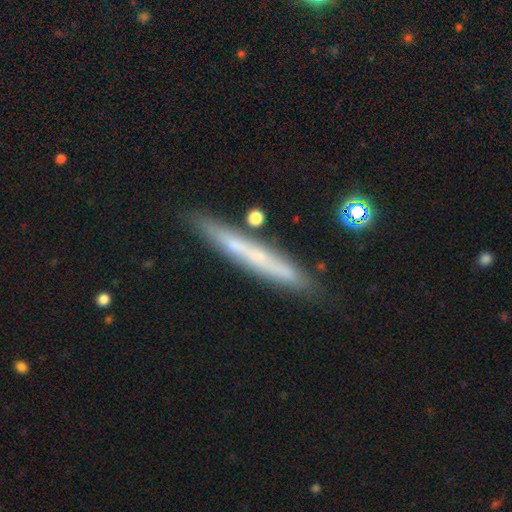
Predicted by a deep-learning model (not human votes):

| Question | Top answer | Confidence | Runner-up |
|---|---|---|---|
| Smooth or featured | featured or disk | 47% | smooth (45%) |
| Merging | none | 83% | minor disturbance (11%) |